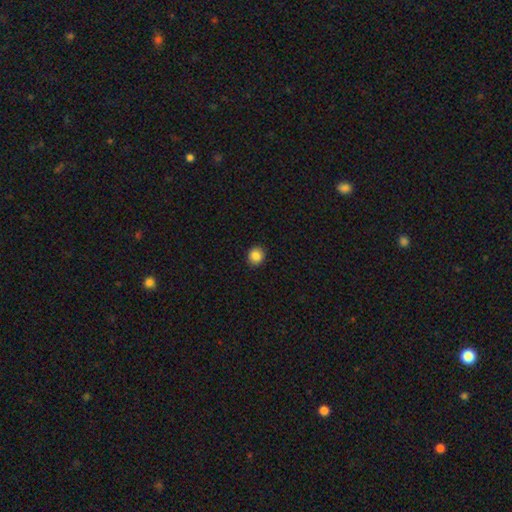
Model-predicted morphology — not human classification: A smooth galaxy with no disk features (86%) that is round (84%).

Vote fractions:
- Smooth or featured? smooth: 86% / star or artifact: 10% / featured or disk: 4%
- How rounded? round: 84% / in between: 15% / cigar-shaped: 1%
- Merging? none: 92% / minor disturbance: 6% / major disturbance: 2% / merger: 1%